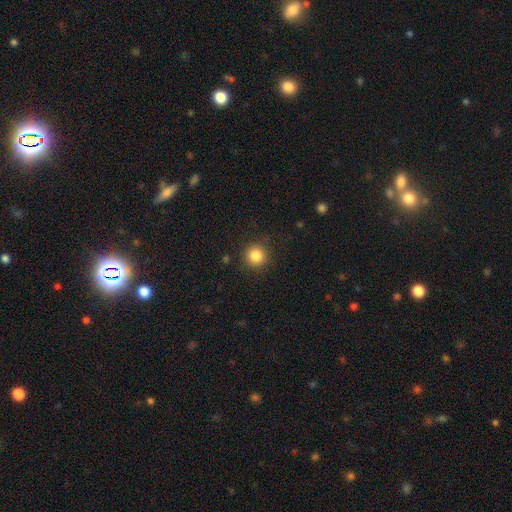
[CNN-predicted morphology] smooth_or_featured: smooth (p=0.85) [alt: star or artifact p=0.11]
how_rounded: round (p=0.94) [alt: in between p=0.05]
merging: none (p=0.90) [alt: minor disturbance p=0.06]